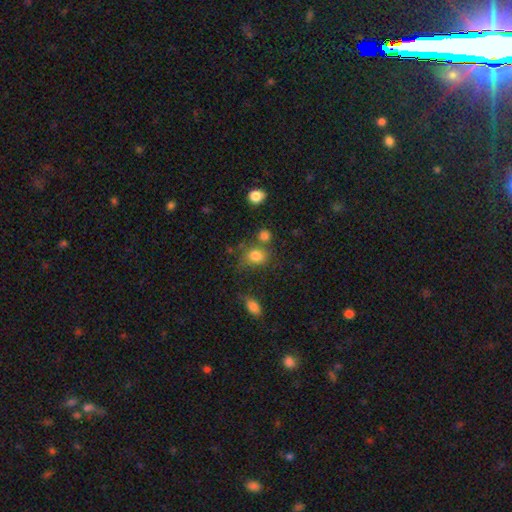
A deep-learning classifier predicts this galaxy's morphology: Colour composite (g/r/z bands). It shows a smooth galaxy with no disk features (80%) that is round (52%). Merging: none (58%).